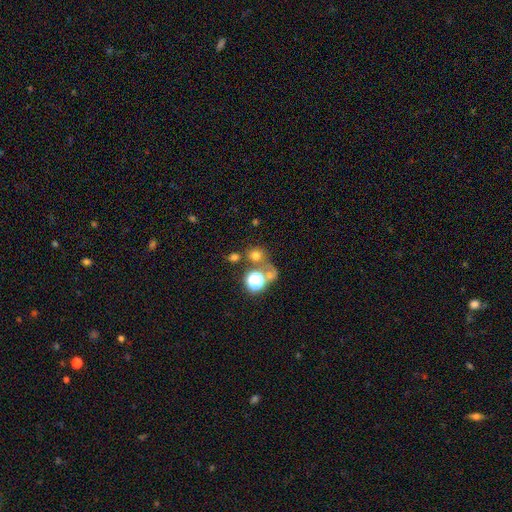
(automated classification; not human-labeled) Smooth or featured: smooth — 65% (star or artifact — 24%)
How rounded: round — 84% (in between — 15%)
Merging: none — 61% (merger — 23%)